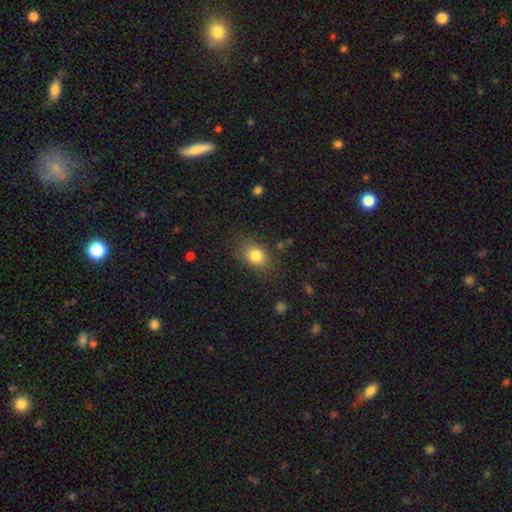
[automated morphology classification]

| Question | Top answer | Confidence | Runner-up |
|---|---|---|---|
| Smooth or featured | smooth | 82% | star or artifact (10%) |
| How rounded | in between | 61% | round (38%) |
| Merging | none | 78% | minor disturbance (15%) |